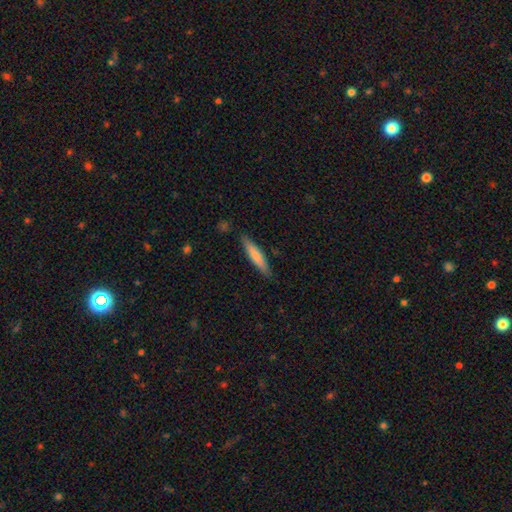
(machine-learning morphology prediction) Smooth or featured? smooth (74%)
How rounded? cigar-shaped (86%)
Merging? none (87%)